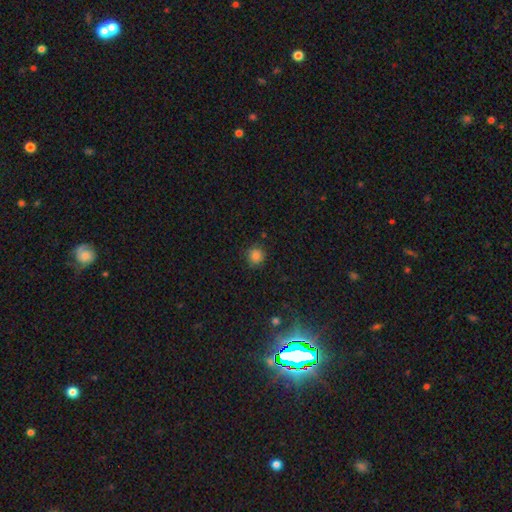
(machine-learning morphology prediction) Smooth or featured?
  - smooth: 83% *
  - star or artifact: 13%
  - featured or disk: 5%
How rounded?
  - round: 92% *
  - in between: 7%
  - cigar-shaped: 1%
Merging?
  - none: 87% *
  - minor disturbance: 9%
  - major disturbance: 3%
  - merger: 1%